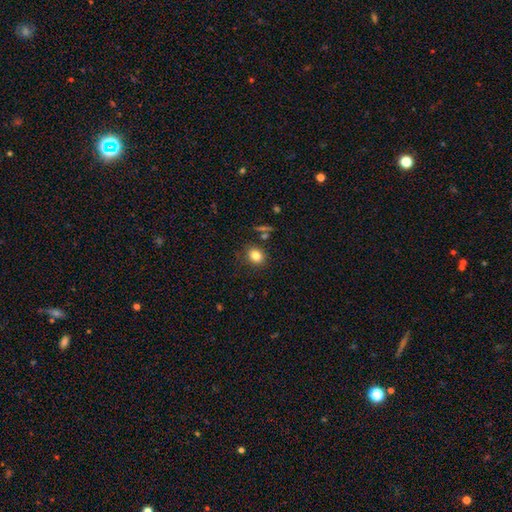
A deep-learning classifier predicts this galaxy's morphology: Smooth or featured: smooth — 81% (star or artifact — 11%)
How rounded: round — 60% (in between — 39%)
Merging: none — 82% (minor disturbance — 11%)